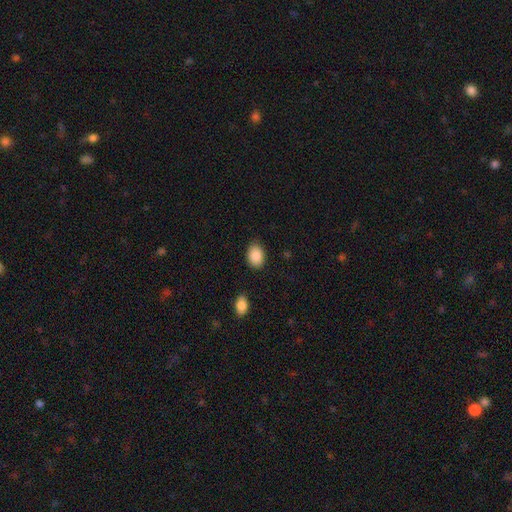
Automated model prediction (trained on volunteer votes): smooth 89%, star or artifact 7%, featured or disk 4%. Down the decision tree: how rounded — in between (71%); merging — none (83%).